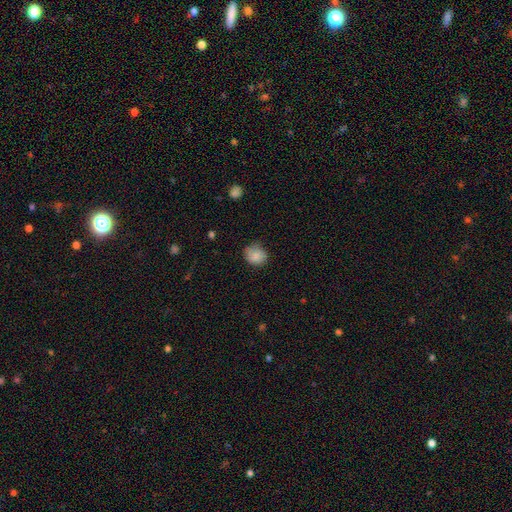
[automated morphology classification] Q: Smooth or featured?
A: smooth (82%); runner-up: featured or disk (10%)
Q: How rounded?
A: round (75%); runner-up: in between (24%)
Q: Merging?
A: none (64%); runner-up: minor disturbance (28%)